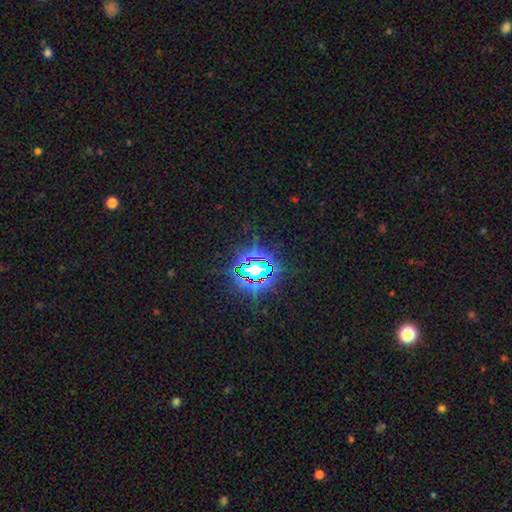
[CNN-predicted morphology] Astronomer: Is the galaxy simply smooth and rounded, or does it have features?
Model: star or artifact — 83%.